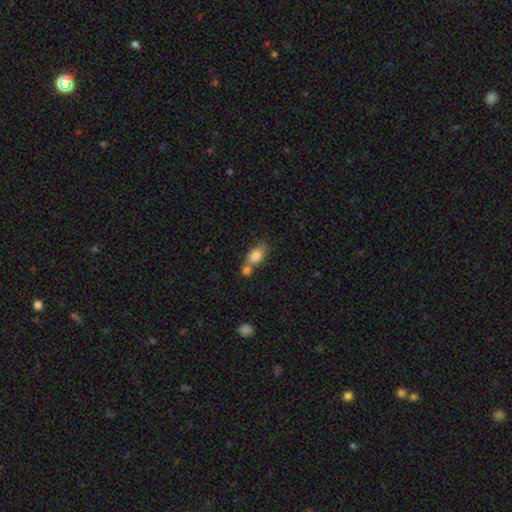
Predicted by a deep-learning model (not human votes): This is clearly a smooth galaxy (81%). How rounded: likely in between (78%). Merging: possibly merger (51%).